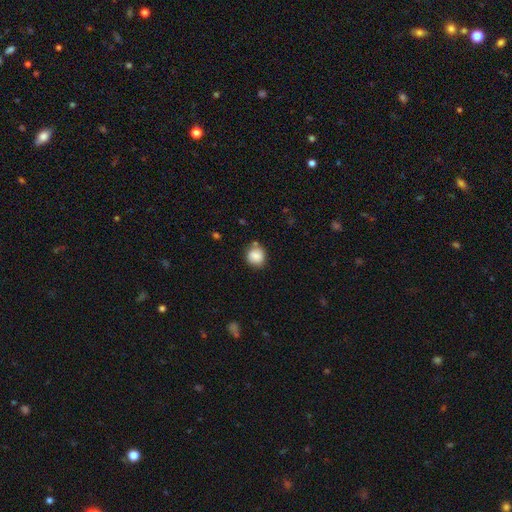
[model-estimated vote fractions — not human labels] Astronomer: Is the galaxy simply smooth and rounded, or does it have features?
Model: smooth — 84%.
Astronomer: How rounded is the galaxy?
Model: round — 84%.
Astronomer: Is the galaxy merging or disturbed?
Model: none — 69%.